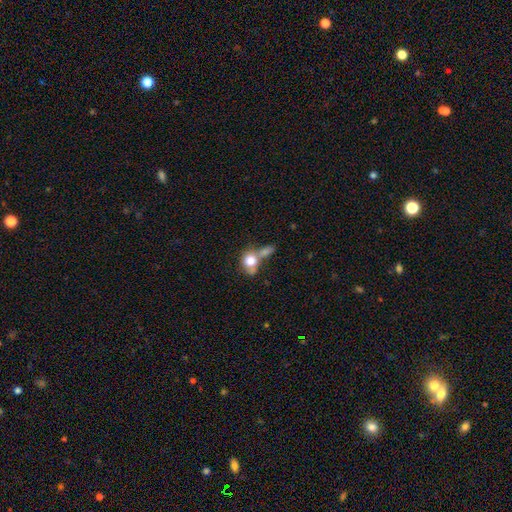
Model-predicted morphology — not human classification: Overall: smooth (65%). How rounded: round (67%; in between 30%). Merging: merger (45%; none 35%).